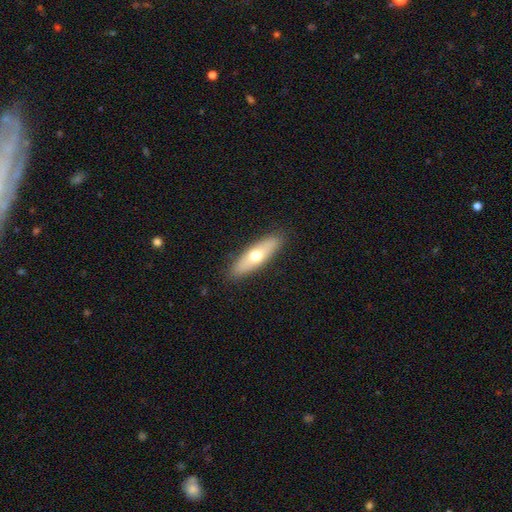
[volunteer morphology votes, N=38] Overall: smooth (50%; featured or disk 45%). How rounded: in between (74%). Merging: none (94%).